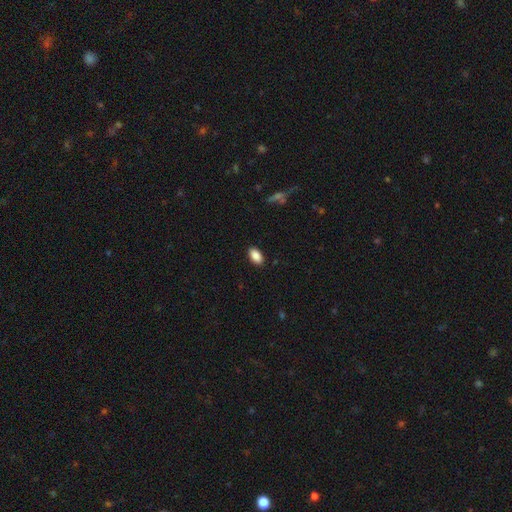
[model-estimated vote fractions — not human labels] Q: Smooth or featured?
A: smooth (88%); runner-up: star or artifact (8%)
Q: How rounded?
A: in between (93%); runner-up: round (4%)
Q: Merging?
A: none (89%); runner-up: minor disturbance (8%)